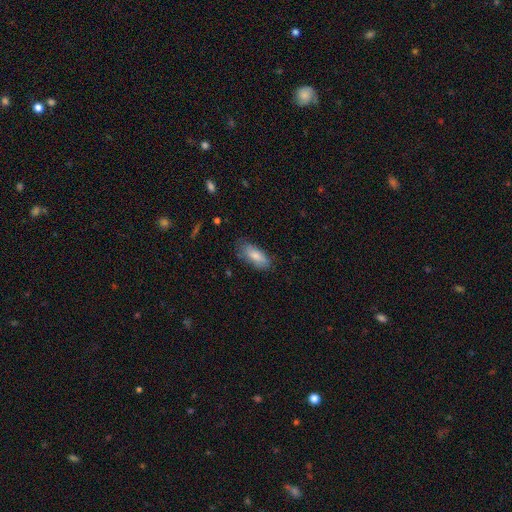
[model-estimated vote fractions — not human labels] This is likely a smooth galaxy (79%). How rounded: likely in between (80%). Merging: likely none (71%).